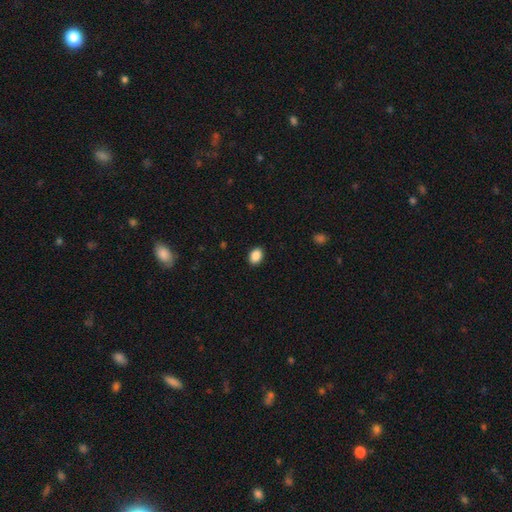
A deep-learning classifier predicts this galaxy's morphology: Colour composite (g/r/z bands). It shows a smooth galaxy with no disk features (89%) that is in between round and cigar-shaped (74%). Merging: none (90%).